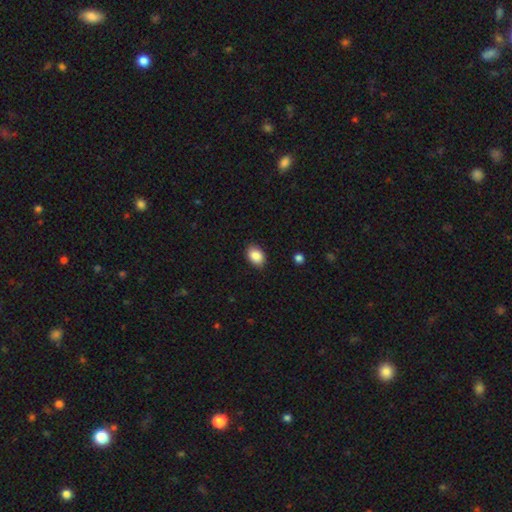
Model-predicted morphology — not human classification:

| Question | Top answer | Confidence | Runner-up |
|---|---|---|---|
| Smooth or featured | smooth | 88% | star or artifact (7%) |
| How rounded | in between | 82% | round (17%) |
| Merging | none | 87% | minor disturbance (10%) |